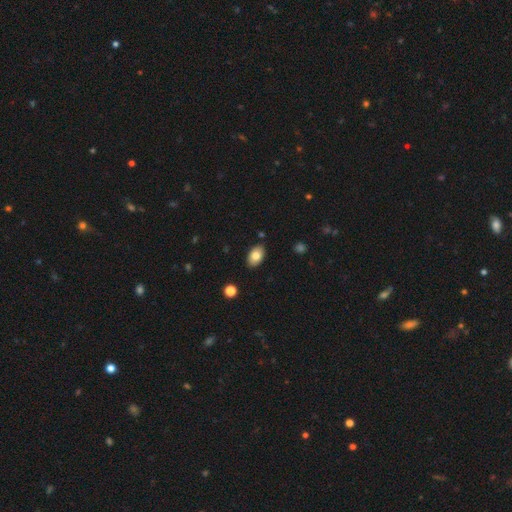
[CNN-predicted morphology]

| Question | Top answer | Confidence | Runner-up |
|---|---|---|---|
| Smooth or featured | smooth | 80% | featured or disk (13%) |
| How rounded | in between | 92% | round (7%) |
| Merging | none | 87% | minor disturbance (9%) |